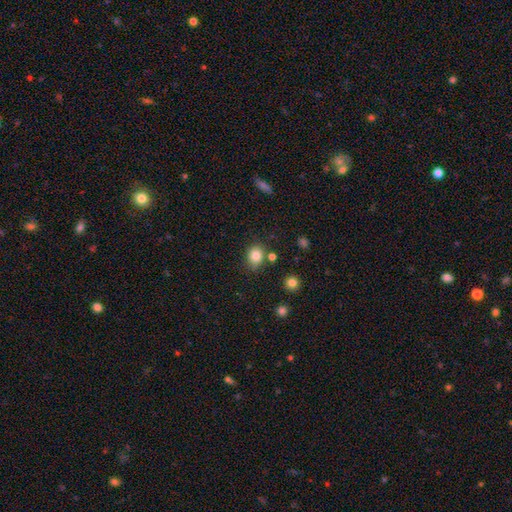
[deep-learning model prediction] Smooth or featured?
  - smooth: 83% *
  - star or artifact: 11%
  - featured or disk: 6%
How rounded?
  - round: 63% *
  - in between: 36%
  - cigar-shaped: 1%
Merging?
  - none: 75% *
  - minor disturbance: 14%
  - merger: 7%
  - major disturbance: 4%